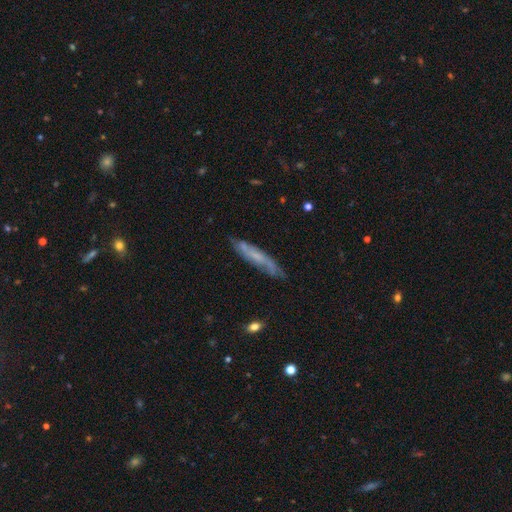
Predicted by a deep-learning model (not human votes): A featured or disk galaxy (53%) viewed edge-on (58%).

Vote fractions:
- Smooth or featured? featured or disk: 53% / smooth: 40% / star or artifact: 8%
- Edge-on disk? yes: 58% / no: 42%
- Merging? none: 74% / minor disturbance: 19% / major disturbance: 4% / merger: 2%